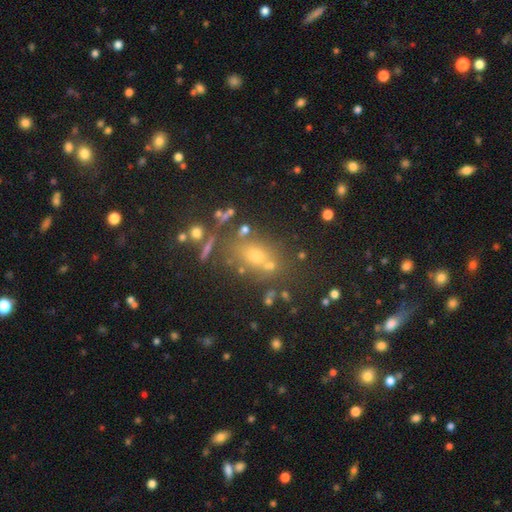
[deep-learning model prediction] Morphology: type=smooth (59%); roundness=in between (60%); merging=none (64%).